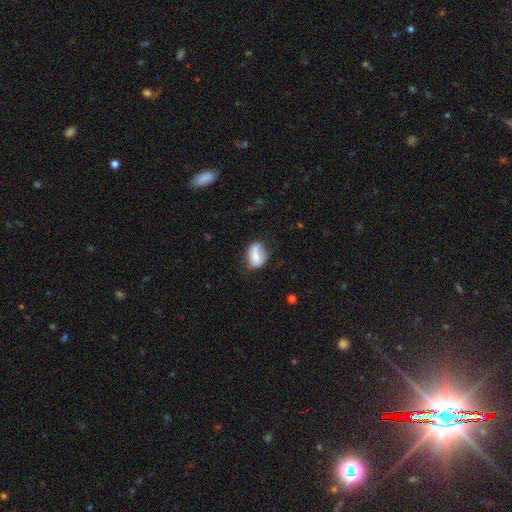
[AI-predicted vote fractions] Q: Smooth or featured?
A: smooth (65%); runner-up: featured or disk (27%)
Q: How rounded?
A: in between (69%); runner-up: round (29%)
Q: Merging?
A: none (51%); runner-up: minor disturbance (29%)